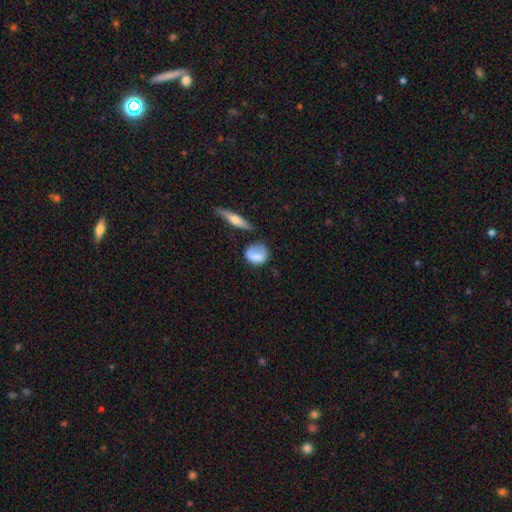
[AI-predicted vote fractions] Smooth or featured? Predicted: smooth (p=0.73). How rounded? Predicted: round (p=0.60). Merging? Predicted: none (p=0.51).